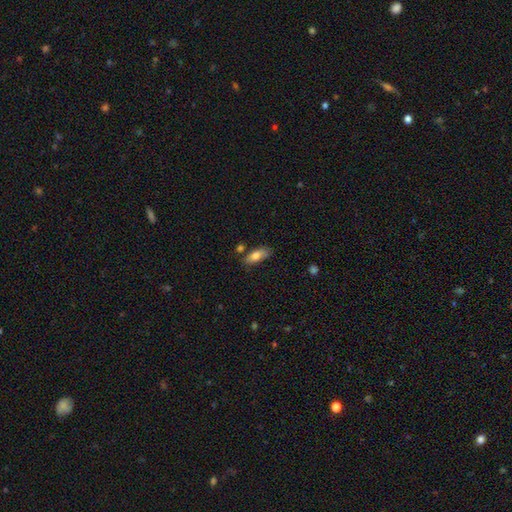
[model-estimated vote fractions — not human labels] smooth 77%, featured or disk 16%, star or artifact 7%. Down the decision tree: how rounded — in between (80%); merging — none (70%).